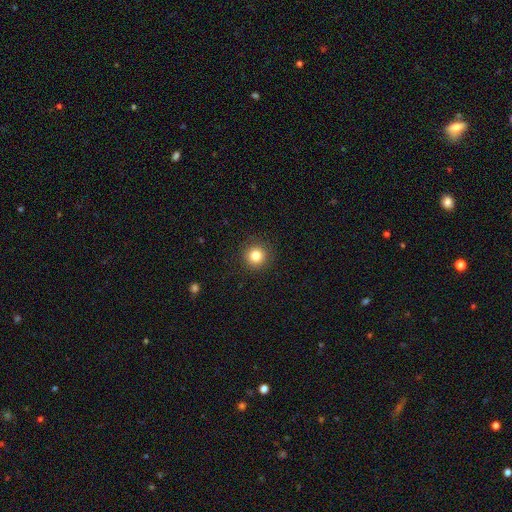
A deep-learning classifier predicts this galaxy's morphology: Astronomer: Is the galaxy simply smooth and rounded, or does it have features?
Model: smooth — 83%.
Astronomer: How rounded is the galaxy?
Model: round — 95%.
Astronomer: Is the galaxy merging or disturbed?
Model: none — 91%.